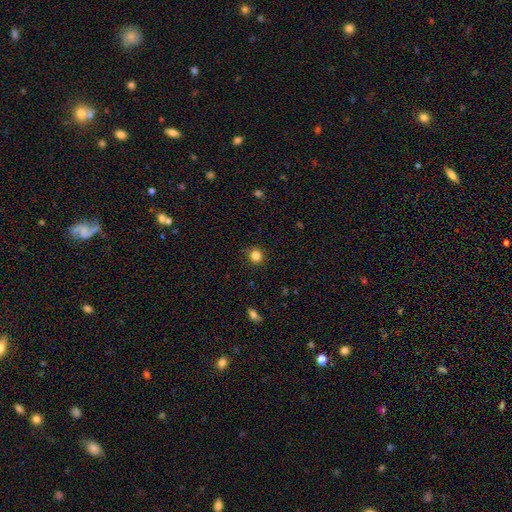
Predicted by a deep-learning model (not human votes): Overall: smooth (84%). How rounded: round (87%). Merging: none (85%).